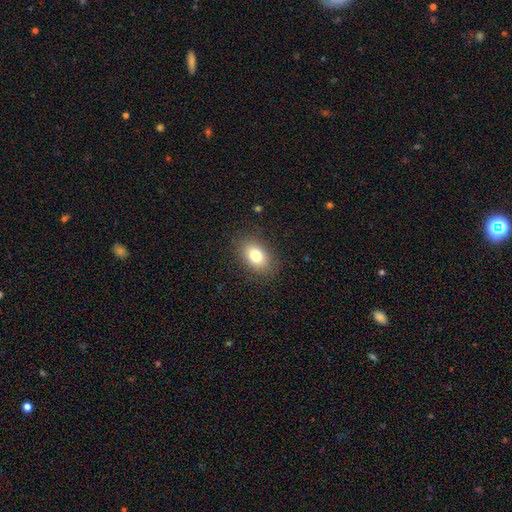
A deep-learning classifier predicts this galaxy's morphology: smooth-or-featured: smooth: 80% | featured or disk: 10% | star or artifact: 10%
  how-rounded: in between: 80% | round: 19% | cigar-shaped: 1%
  merging: none: 86% | minor disturbance: 10% | major disturbance: 3% | merger: 1%